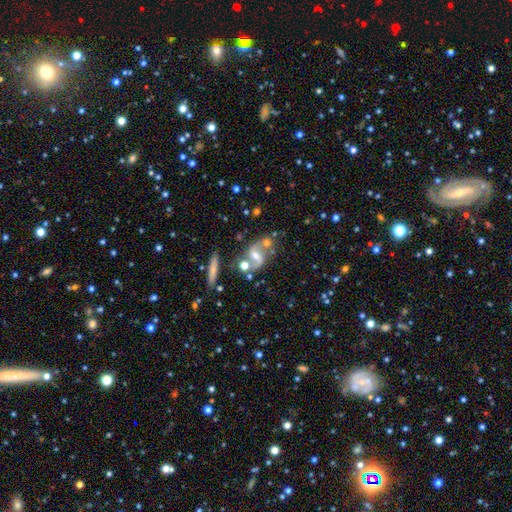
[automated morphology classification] Smooth or featured? Predicted: featured or disk (p=0.79). Edge-on disk? Predicted: no (p=0.95). Bar? Predicted: weak (p=0.41). Spiral arms? Predicted: yes (p=0.91). Spiral winding? Predicted: loose (p=0.53). Spiral arm count? Predicted: 2 (p=0.90). Bulge size? Predicted: moderate (p=0.56). Merging? Predicted: none (p=0.54).